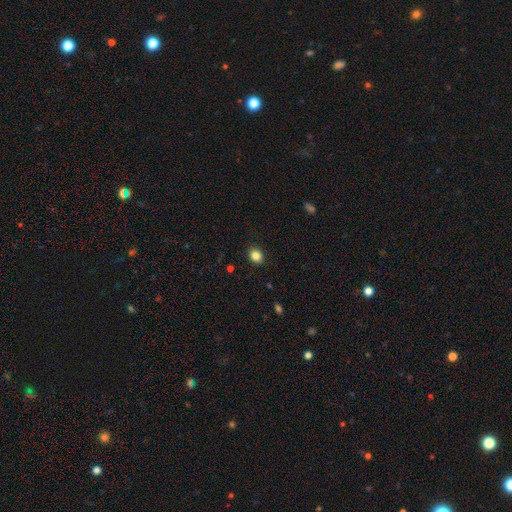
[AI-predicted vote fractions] Smooth or featured?
  - smooth: 85% *
  - star or artifact: 10%
  - featured or disk: 5%
How rounded?
  - round: 56% *
  - in between: 43%
  - cigar-shaped: 1%
Merging?
  - none: 88% *
  - minor disturbance: 9%
  - major disturbance: 2%
  - merger: 1%